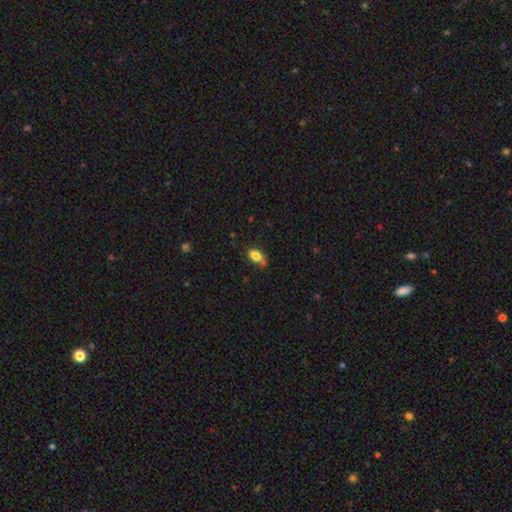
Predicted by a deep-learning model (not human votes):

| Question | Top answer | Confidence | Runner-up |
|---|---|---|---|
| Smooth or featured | smooth | 82% | star or artifact (10%) |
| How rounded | in between | 83% | round (14%) |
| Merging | none | 58% | minor disturbance (29%) |